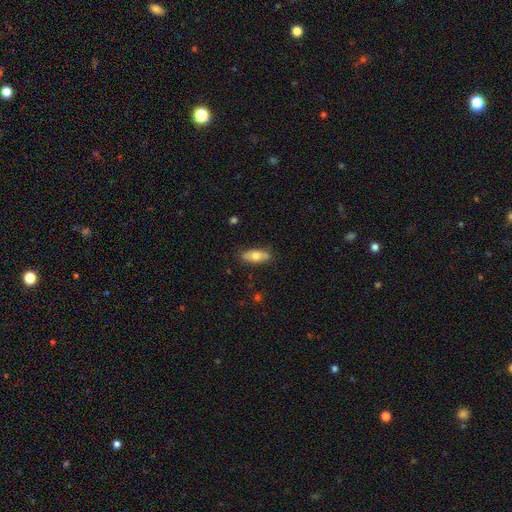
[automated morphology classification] smooth-or-featured: smooth: 72% | featured or disk: 22% | star or artifact: 6%
  how-rounded: in between: 76% | cigar-shaped: 21% | round: 3%
  merging: none: 85% | minor disturbance: 12% | major disturbance: 2% | merger: 1%